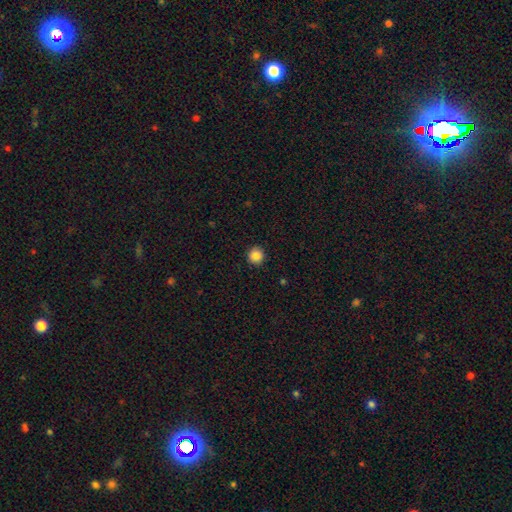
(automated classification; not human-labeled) Smooth or featured? Predicted: smooth (p=0.87). How rounded? Predicted: round (p=0.94). Merging? Predicted: none (p=0.92).